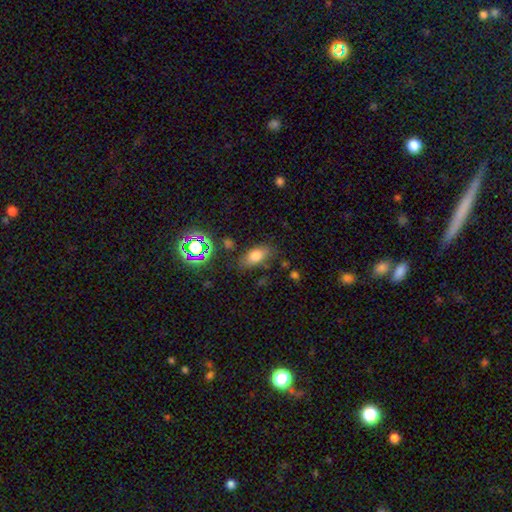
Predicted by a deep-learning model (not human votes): Smooth or featured? smooth (73%)
How rounded? in between (86%)
Merging? none (74%)